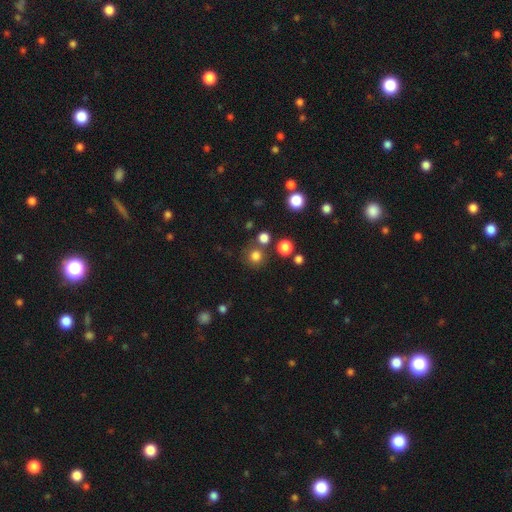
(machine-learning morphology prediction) type=smooth (79%); roundness=round (92%); merging=none (76%).